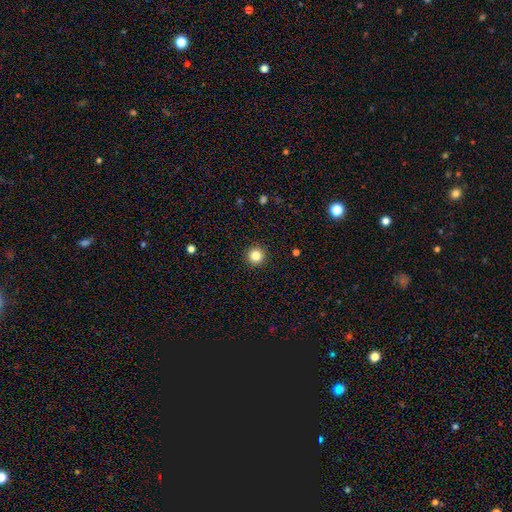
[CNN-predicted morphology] Smooth or featured?
  - smooth: 83% *
  - star or artifact: 12%
  - featured or disk: 5%
How rounded?
  - round: 96% *
  - in between: 3%
  - cigar-shaped: 1%
Merging?
  - none: 93% *
  - minor disturbance: 5%
  - major disturbance: 2%
  - merger: 1%